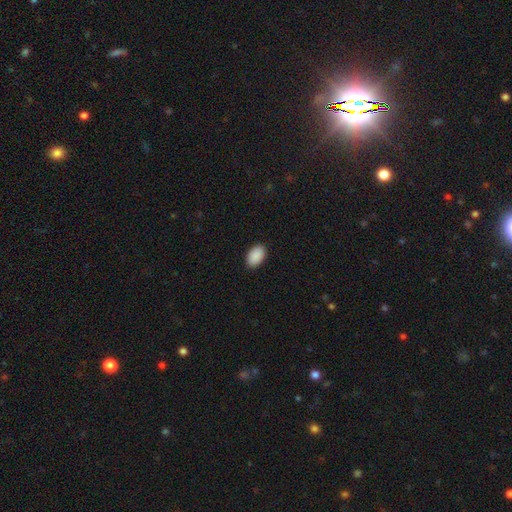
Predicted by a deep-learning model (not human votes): Q: Smooth or featured?
A: smooth (91%); runner-up: star or artifact (6%)
Q: How rounded?
A: in between (93%); runner-up: round (6%)
Q: Merging?
A: none (90%); runner-up: minor disturbance (7%)